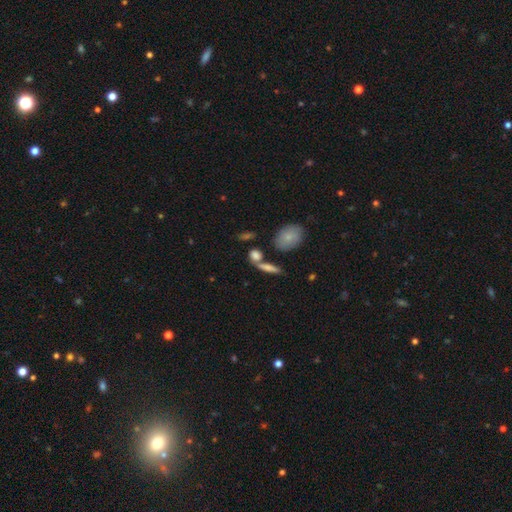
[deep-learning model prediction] A smooth galaxy with no disk features (72%) that is in between round and cigar-shaped (47%).

Vote fractions:
- Smooth or featured? smooth: 72% / featured or disk: 17% / star or artifact: 10%
- How rounded? in between: 47% / round: 31% / cigar-shaped: 22%
- Merging? none: 55% / merger: 27% / minor disturbance: 12% / major disturbance: 6%